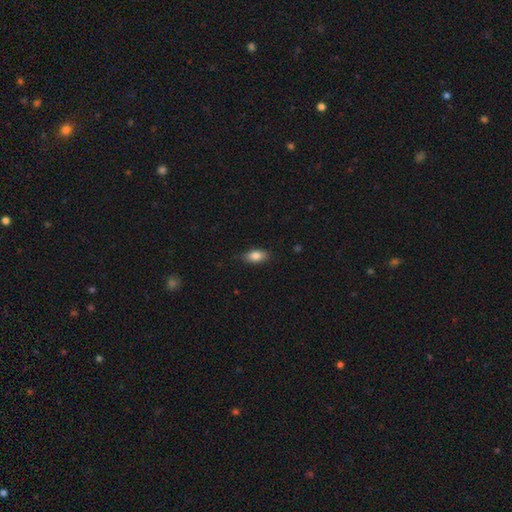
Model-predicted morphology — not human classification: Smooth or featured?
  - smooth: 84% *
  - featured or disk: 9%
  - star or artifact: 8%
How rounded?
  - in between: 88% *
  - cigar-shaped: 8%
  - round: 5%
Merging?
  - none: 82% *
  - minor disturbance: 14%
  - major disturbance: 3%
  - merger: 1%